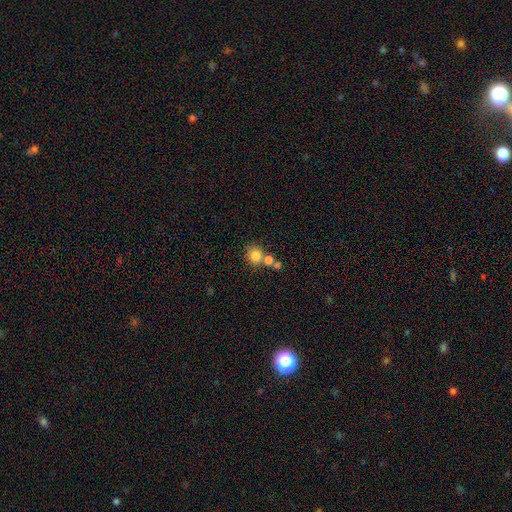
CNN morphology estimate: Q: Smooth or featured?
A: smooth (80%); runner-up: star or artifact (11%)
Q: How rounded?
A: round (79%); runner-up: in between (20%)
Q: Merging?
A: none (56%); runner-up: merger (30%)